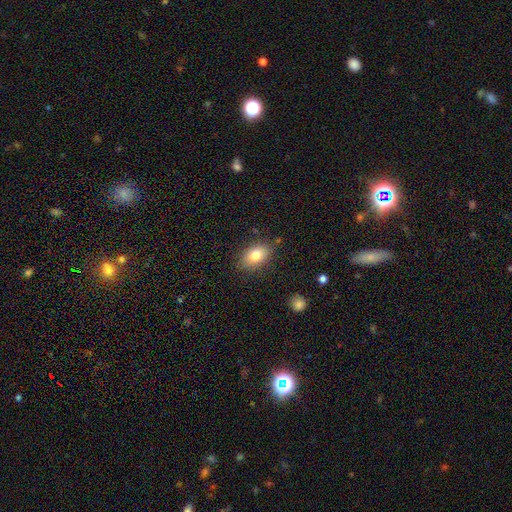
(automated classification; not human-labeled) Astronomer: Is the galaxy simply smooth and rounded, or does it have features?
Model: smooth — 80%.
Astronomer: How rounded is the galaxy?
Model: in between — 86%.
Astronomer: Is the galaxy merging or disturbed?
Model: none — 82%.